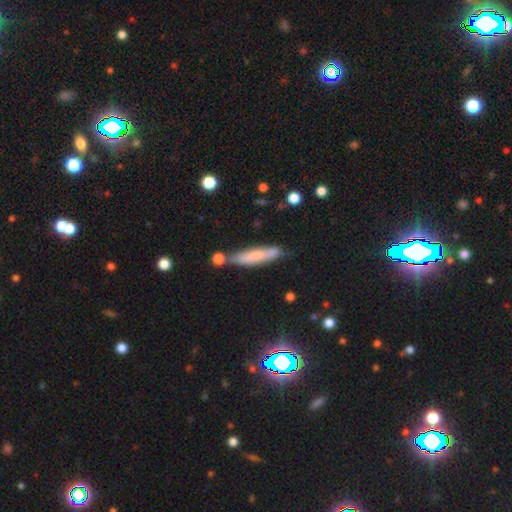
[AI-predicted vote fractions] This appears to be a smooth galaxy with no disk features (66%) that is cigar-shaped (84%). Merging: none (72%).